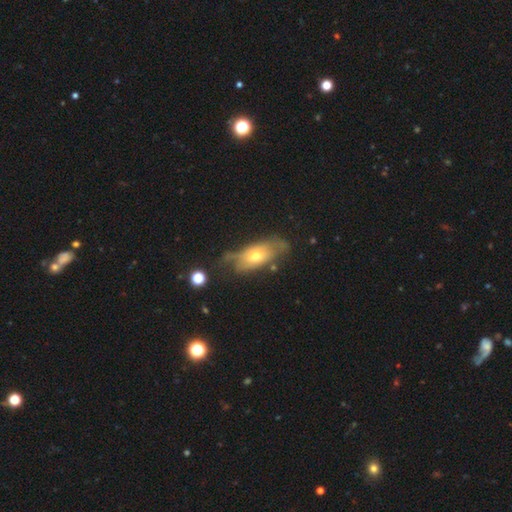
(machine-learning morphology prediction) Smooth or featured?
  - smooth: 47% *
  - featured or disk: 46%
  - star or artifact: 8%
Merging?
  - none: 46% *
  - minor disturbance: 30%
  - major disturbance: 19%
  - merger: 5%